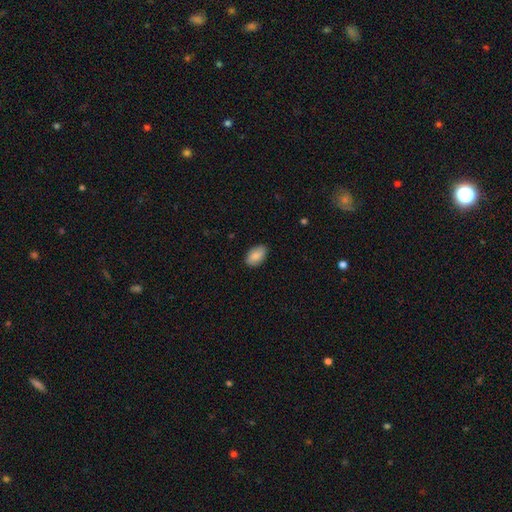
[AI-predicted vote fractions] Overall: smooth (86%). How rounded: in between (93%). Merging: none (87%).